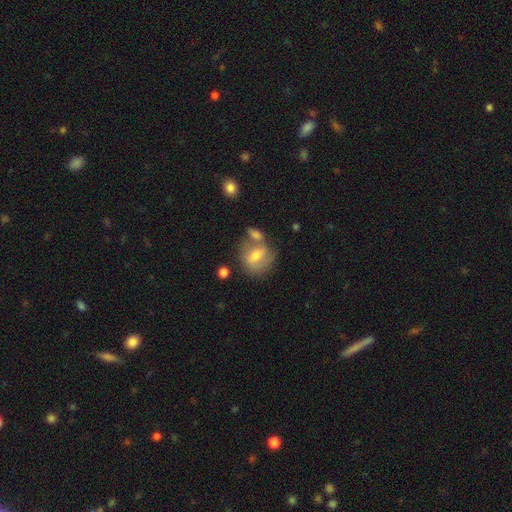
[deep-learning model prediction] Smooth or featured? Predicted: smooth (p=0.58). How rounded? Predicted: round (p=0.57). Merging? Predicted: none (p=0.45).